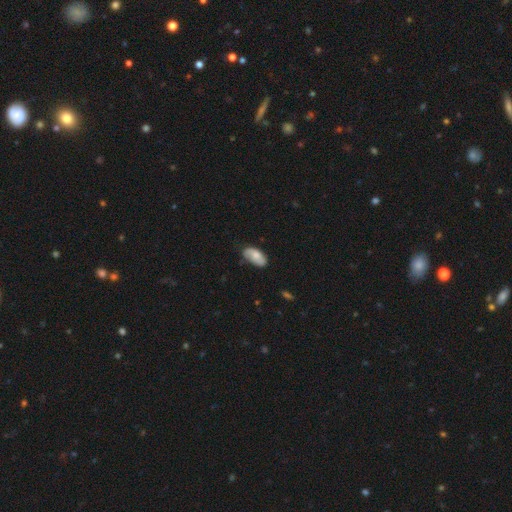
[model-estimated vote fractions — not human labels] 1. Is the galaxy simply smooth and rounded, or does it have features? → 67% smooth, 27% featured or disk, 7% star or artifact.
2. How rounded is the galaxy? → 94% in between, 4% cigar-shaped, 3% round.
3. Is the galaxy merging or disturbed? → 67% none, 26% minor disturbance, 5% major disturbance, 2% merger.